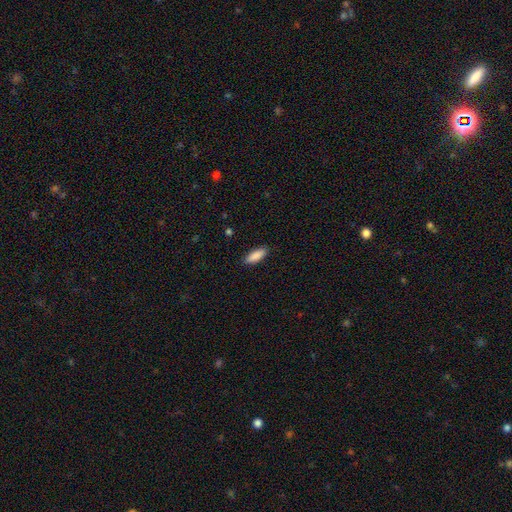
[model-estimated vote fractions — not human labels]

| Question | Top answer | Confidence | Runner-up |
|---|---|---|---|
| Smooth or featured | smooth | 89% | star or artifact (6%) |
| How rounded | in between | 64% | cigar-shaped (34%) |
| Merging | none | 88% | minor disturbance (9%) |